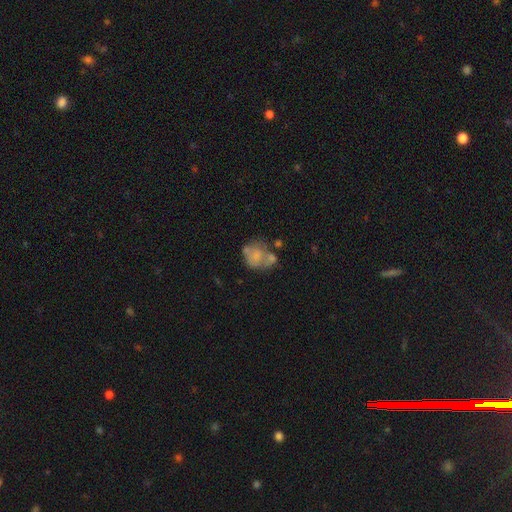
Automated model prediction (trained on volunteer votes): This appears to be a smooth galaxy with no disk features (53%) that is round (60%). Merging: none (32%).